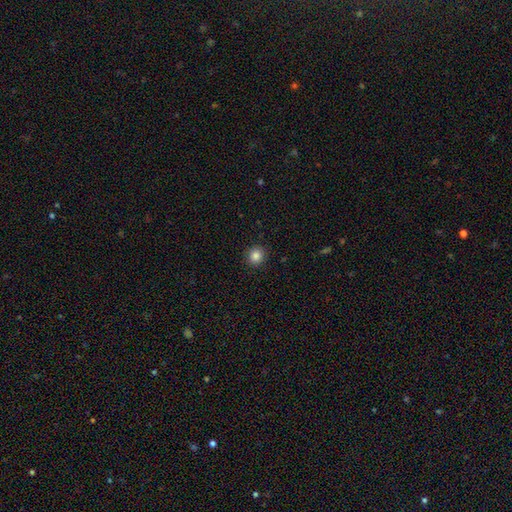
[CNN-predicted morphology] This appears to be a smooth galaxy with no disk features (85%) that is round (89%). Merging: none (91%).